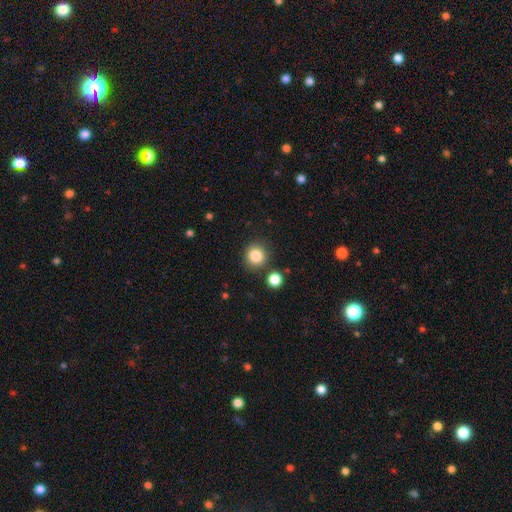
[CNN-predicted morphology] smooth 85%, star or artifact 10%, featured or disk 5%. Down the decision tree: how rounded — round (87%); merging — none (84%).